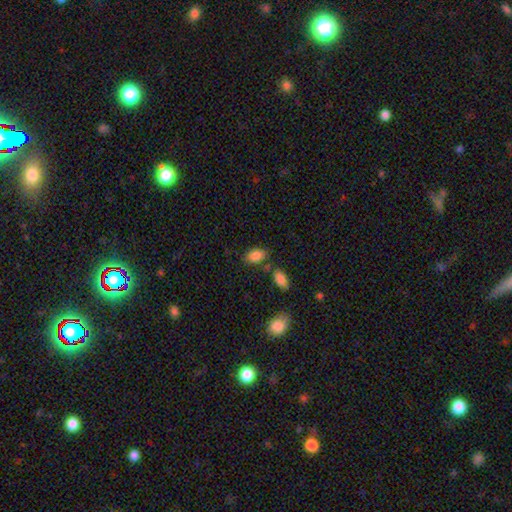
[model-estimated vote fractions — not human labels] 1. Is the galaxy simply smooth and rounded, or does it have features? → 85% smooth, 8% star or artifact, 7% featured or disk.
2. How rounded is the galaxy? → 91% in between, 7% round, 2% cigar-shaped.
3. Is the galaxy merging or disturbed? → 70% none, 16% minor disturbance, 10% merger, 4% major disturbance.